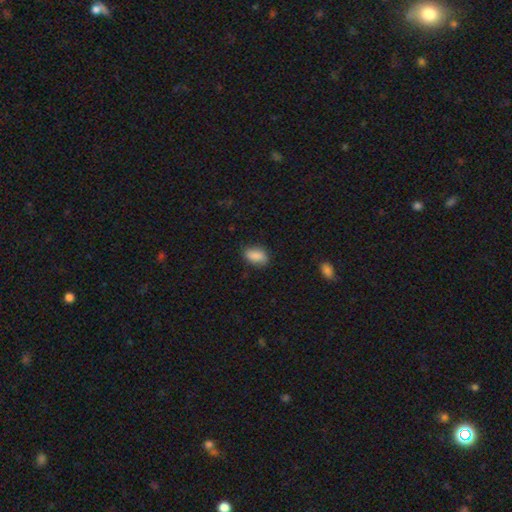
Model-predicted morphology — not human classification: Smooth or featured? Predicted: smooth (p=0.87). How rounded? Predicted: in between (p=0.89). Merging? Predicted: none (p=0.80).